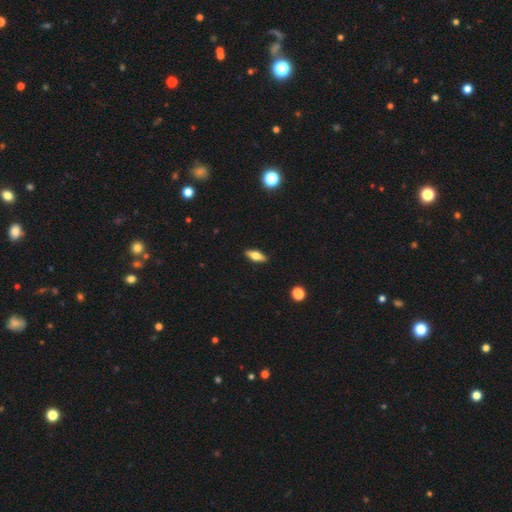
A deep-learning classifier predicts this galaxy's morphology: Q: Smooth or featured?
A: smooth (61%); runner-up: featured or disk (31%)
Q: How rounded?
A: in between (66%); runner-up: cigar-shaped (31%)
Q: Merging?
A: none (90%); runner-up: minor disturbance (8%)